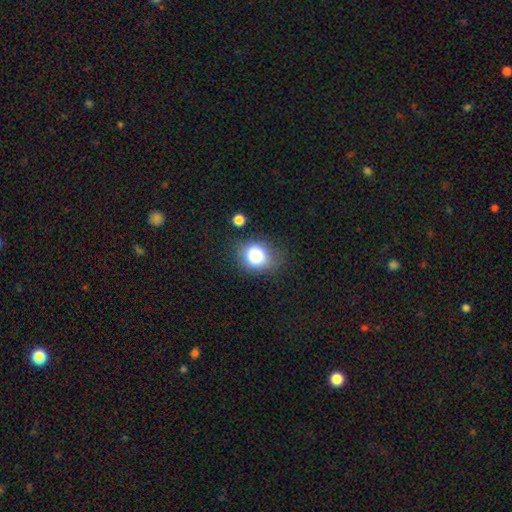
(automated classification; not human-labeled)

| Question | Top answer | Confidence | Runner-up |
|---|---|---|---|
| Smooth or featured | smooth | 83% | star or artifact (10%) |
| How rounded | round | 64% | in between (35%) |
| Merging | none | 64% | minor disturbance (23%) |